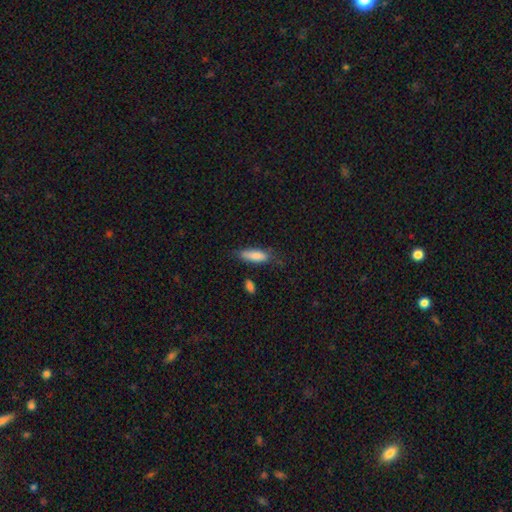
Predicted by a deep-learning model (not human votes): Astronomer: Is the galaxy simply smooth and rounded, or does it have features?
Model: smooth — 82%.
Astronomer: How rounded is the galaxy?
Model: in between — 54% (runner-up: cigar-shaped, 44%).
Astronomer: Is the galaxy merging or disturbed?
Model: none — 67%.